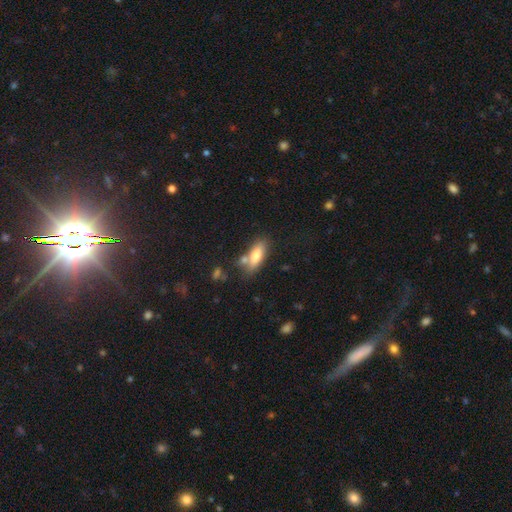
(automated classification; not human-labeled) Smooth or featured? Predicted: smooth (p=0.71). How rounded? Predicted: in between (p=0.65). Merging? Predicted: none (p=0.61).